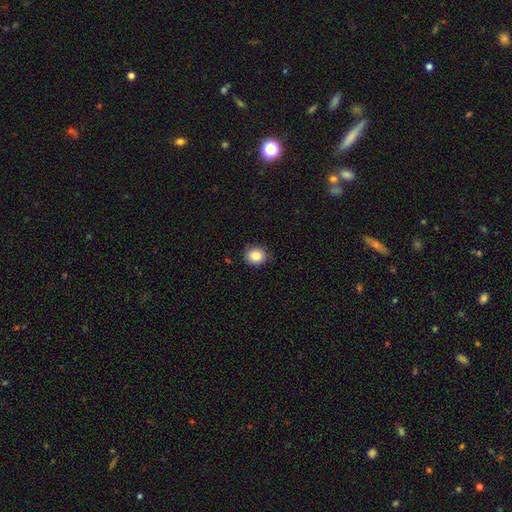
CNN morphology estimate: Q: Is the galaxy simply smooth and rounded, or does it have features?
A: smooth — 85%.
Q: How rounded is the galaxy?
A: round — 79%.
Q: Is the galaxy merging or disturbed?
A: none — 84%.